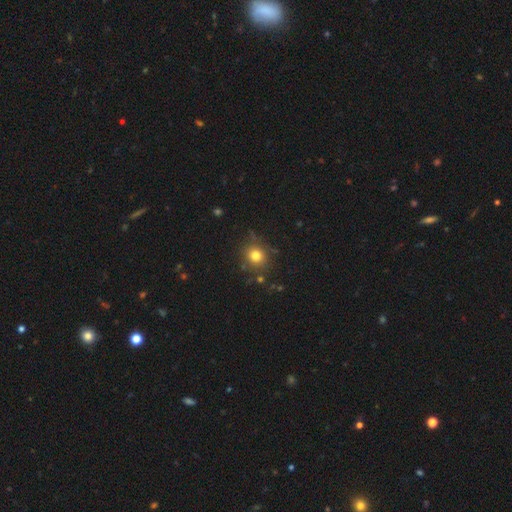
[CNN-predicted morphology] A smooth galaxy with no disk features (78%) that is round (85%). Merging: none (82%).